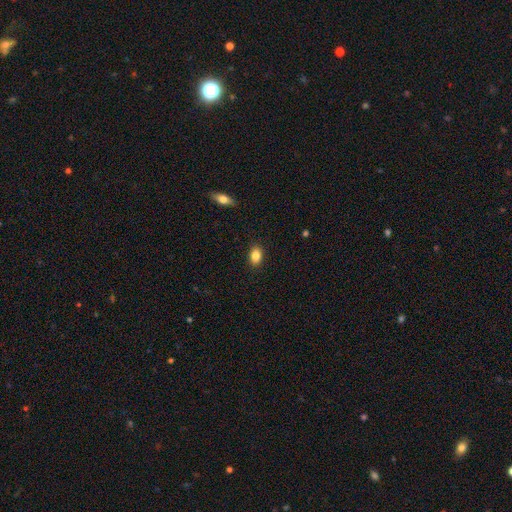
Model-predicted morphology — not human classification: This is clearly a smooth galaxy (85%). How rounded: clearly in between (81%). Merging: clearly none (89%).